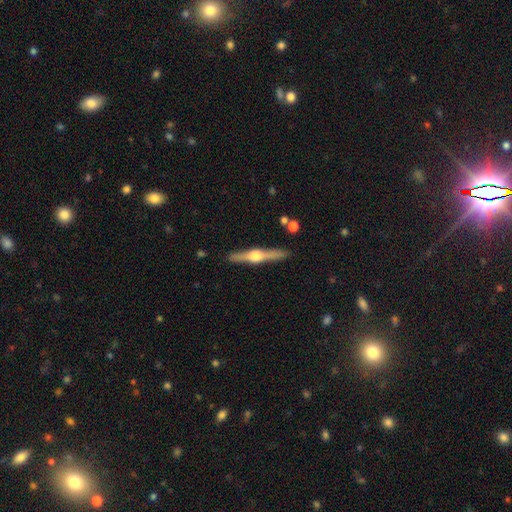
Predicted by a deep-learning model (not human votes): Q: Smooth or featured?
A: featured or disk (78%); runner-up: smooth (17%)
Q: Edge-on disk?
A: yes (98%); runner-up: no (2%)
Q: Edge-on bulge?
A: rounded (95%); runner-up: boxy (3%)
Q: Merging?
A: none (90%); runner-up: minor disturbance (7%)